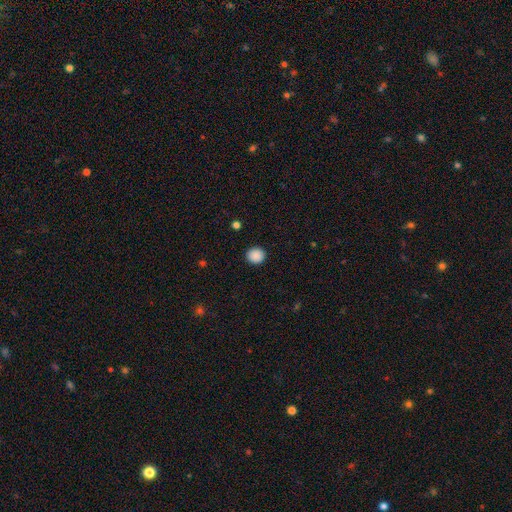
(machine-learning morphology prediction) A smooth galaxy with no disk features (89%) that is round (87%). Merging: none (92%).